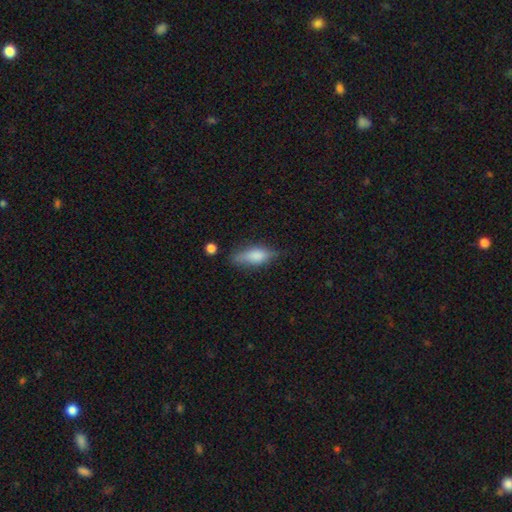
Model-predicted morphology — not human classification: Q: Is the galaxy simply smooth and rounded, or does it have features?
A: smooth — 70%.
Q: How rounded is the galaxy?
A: in between — 62%.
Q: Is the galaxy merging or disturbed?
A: none — 67%.